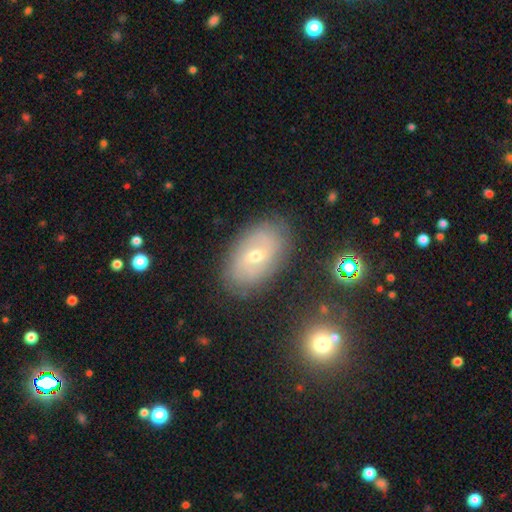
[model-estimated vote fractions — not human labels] This appears to be a featured or disk galaxy (65%) with a weak bar (49%), spiral arms (76%) and a small central bulge (50%). Merging: none (82%).